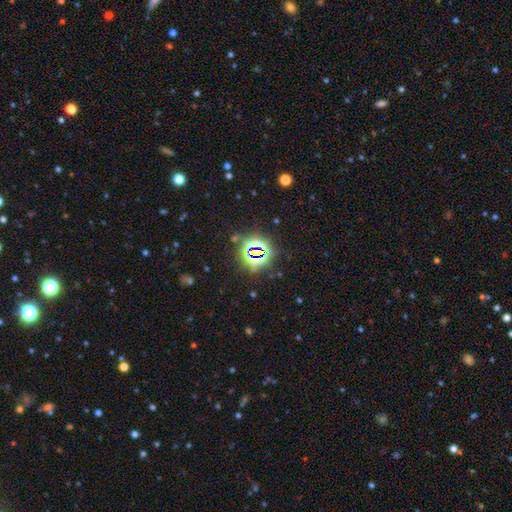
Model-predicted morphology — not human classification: star or artifact 83%, smooth 10%, featured or disk 7%.